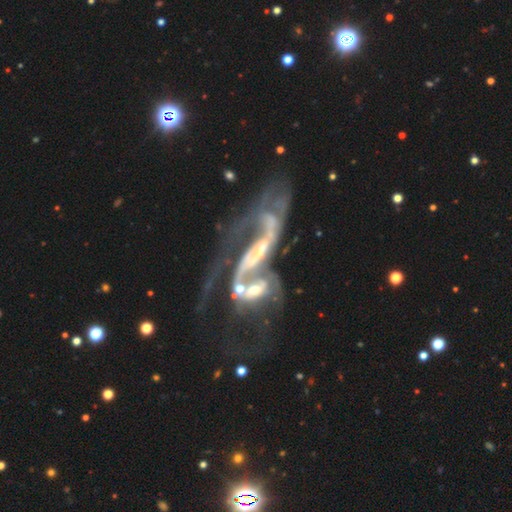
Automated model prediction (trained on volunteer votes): smooth_or_featured: featured or disk (p=0.81) [alt: star or artifact p=0.10]
disk_edge_on: no (p=0.89) [alt: yes p=0.11]
bar: no (p=0.41) [alt: weak p=0.30]
has_spiral_arms: yes (p=0.74) [alt: no p=0.26]
spiral_winding: loose (p=0.53) [alt: medium p=0.32]
spiral_arm_count: 2 (p=0.54) [alt: can't tell p=0.23]
bulge_size: small (p=0.39) [alt: none p=0.30]
merging: merger (p=0.60) [alt: major disturbance p=0.23]